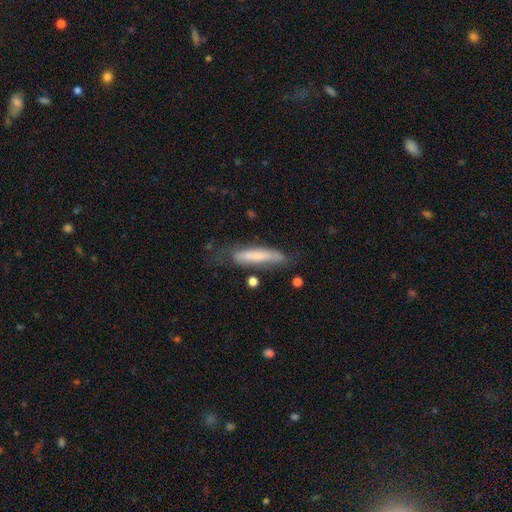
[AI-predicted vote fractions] Smooth or featured: smooth — 56% (featured or disk — 36%)
How rounded: cigar-shaped — 80% (in between — 19%)
Merging: none — 51% (minor disturbance — 28%)